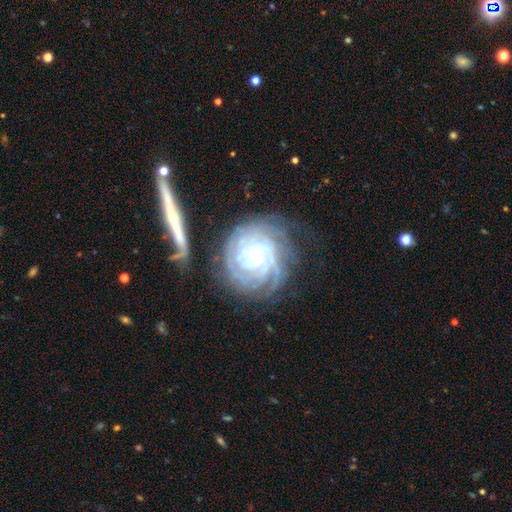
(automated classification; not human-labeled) Smooth or featured? Predicted: featured or disk (p=0.88). Edge-on disk? Predicted: no (p=0.96). Bar? Predicted: no (p=0.71). Spiral arms? Predicted: yes (p=0.98). Spiral winding? Predicted: tight (p=0.81). Spiral arm count? Predicted: 4 (p=0.30). Bulge size? Predicted: small (p=0.76). Merging? Predicted: none (p=0.68).